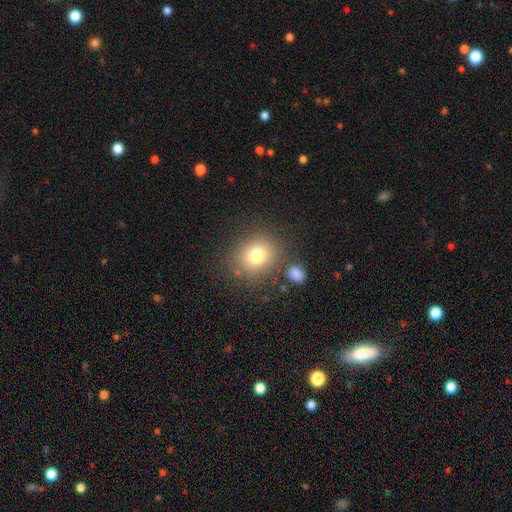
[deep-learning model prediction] smooth 76%, star or artifact 13%, featured or disk 11%. Down the decision tree: how rounded — round (74%); merging — none (76%).